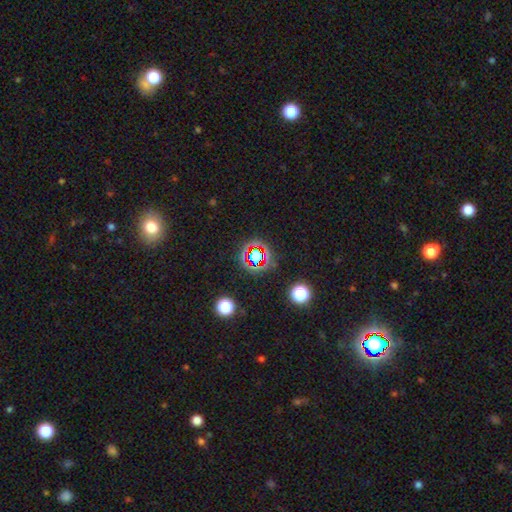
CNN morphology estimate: Q: Smooth or featured?
A: star or artifact (68%); runner-up: smooth (20%)